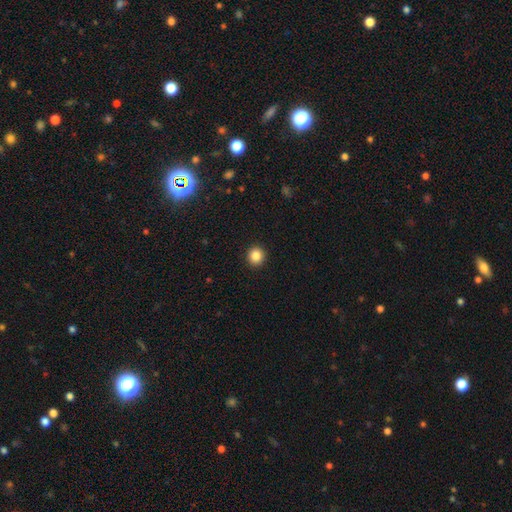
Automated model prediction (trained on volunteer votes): Overall: smooth (86%). How rounded: round (89%). Merging: none (93%).